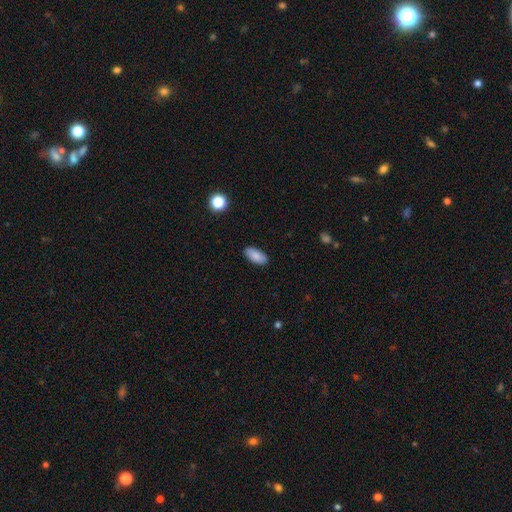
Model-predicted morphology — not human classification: smooth_or_featured: smooth (p=0.87) [alt: star or artifact p=0.07]
how_rounded: in between (p=0.90) [alt: cigar-shaped p=0.07]
merging: none (p=0.89) [alt: minor disturbance p=0.08]